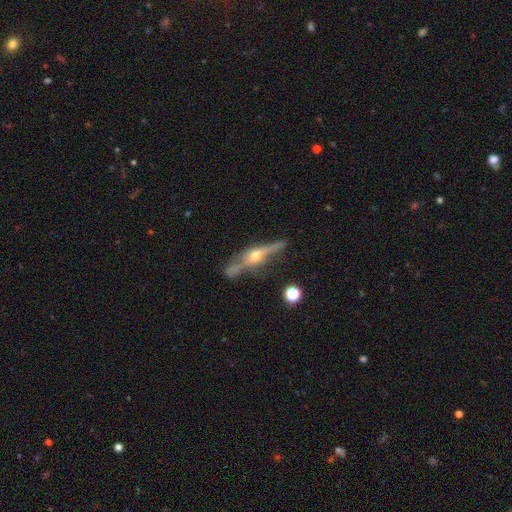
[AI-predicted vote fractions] The model was most divided on "merging": none: 71%, minor disturbance: 18%, major disturbance: 7%, merger: 5%. More confident: edge-on bulge — rounded (94%); edge-on disk — yes (93%); smooth or featured — featured or disk (79%).